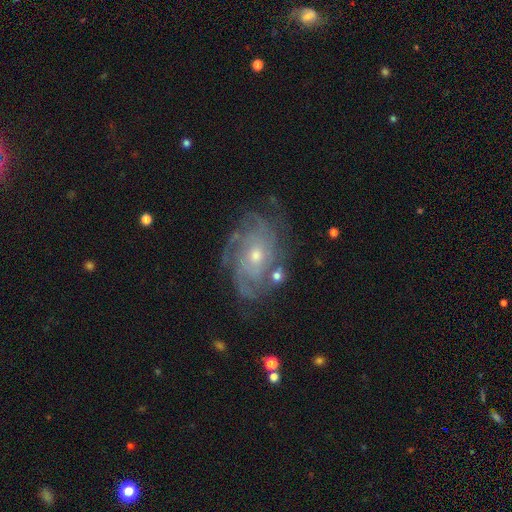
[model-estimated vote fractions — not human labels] The model was most divided on "bulge size": small: 49%, moderate: 48%, large: 2%, none: 1%, dominant: 1%. Remaining: edge-on disk — no (96%); spiral arms — yes (96%); smooth or featured — featured or disk (86%); merging — none (75%); bar — no (74%); spiral winding — tight (69%); spiral arm count — can't tell (32%).